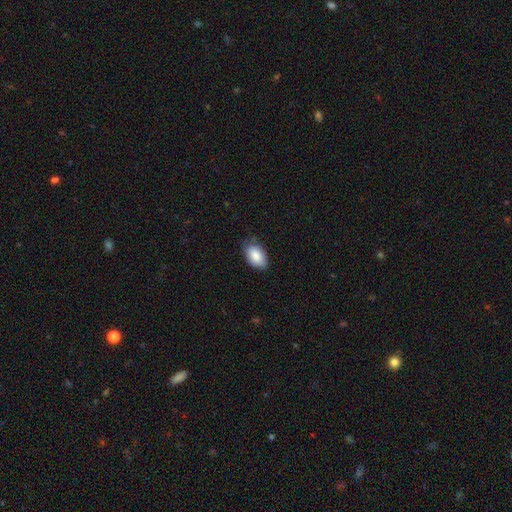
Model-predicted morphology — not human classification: smooth-or-featured: smooth: 85% | featured or disk: 9% | star or artifact: 7%
  how-rounded: in between: 92% | round: 7% | cigar-shaped: 1%
  merging: none: 70% | minor disturbance: 25% | major disturbance: 4% | merger: 1%